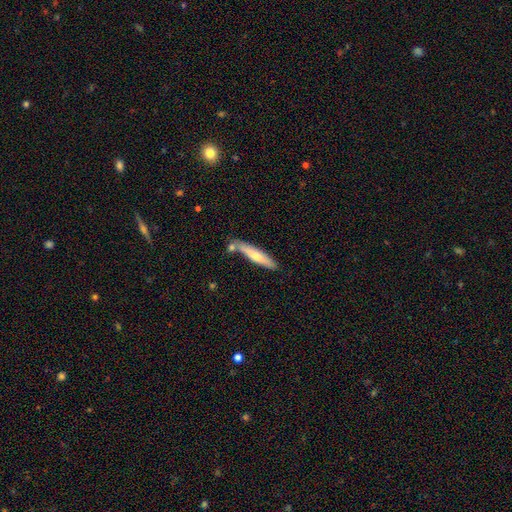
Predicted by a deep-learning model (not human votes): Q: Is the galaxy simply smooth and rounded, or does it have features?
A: smooth — 61%.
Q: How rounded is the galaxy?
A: cigar-shaped — 87%.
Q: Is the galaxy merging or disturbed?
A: none — 67%.